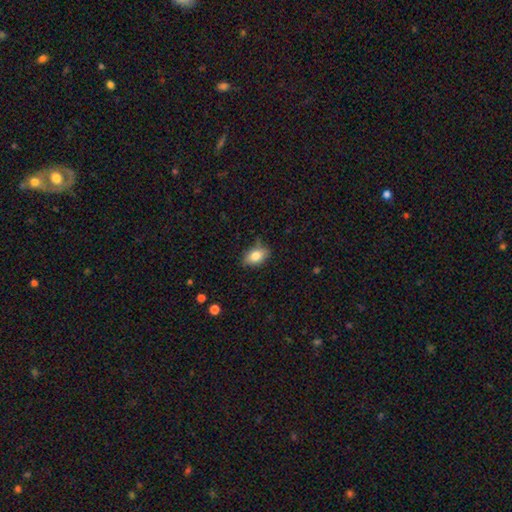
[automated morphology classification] Smooth or featured? smooth (81%)
How rounded? in between (87%)
Merging? none (73%)